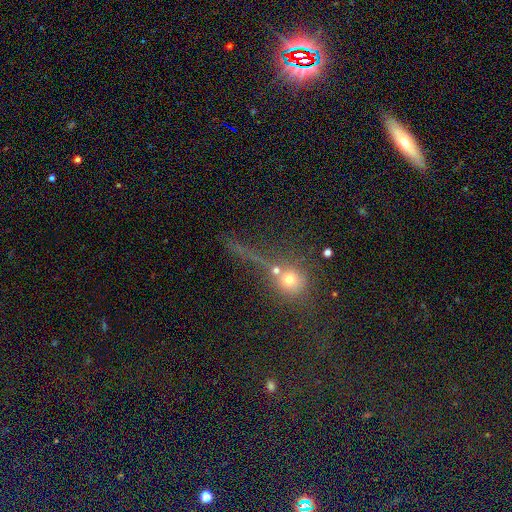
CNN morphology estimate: Smooth or featured? Predicted: star or artifact (p=0.50).